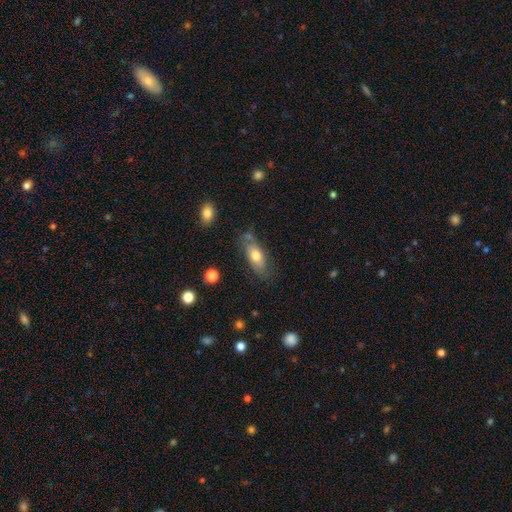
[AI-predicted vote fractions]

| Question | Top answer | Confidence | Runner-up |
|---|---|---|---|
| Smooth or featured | smooth | 68% | featured or disk (25%) |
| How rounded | in between | 82% | cigar-shaped (14%) |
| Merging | none | 64% | minor disturbance (23%) |